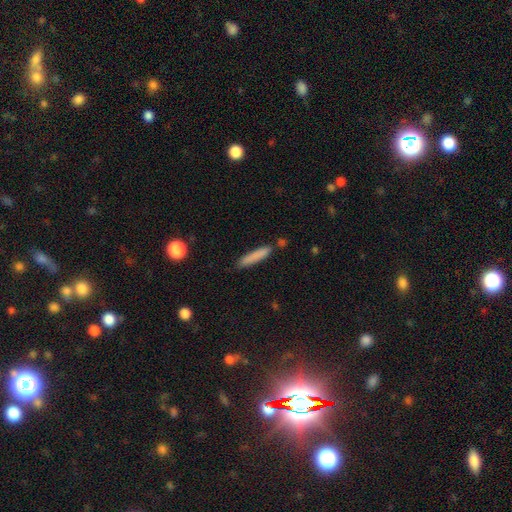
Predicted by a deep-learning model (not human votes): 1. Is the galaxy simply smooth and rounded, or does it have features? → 81% smooth, 12% featured or disk, 7% star or artifact.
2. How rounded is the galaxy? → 92% cigar-shaped, 6% in between, 1% round.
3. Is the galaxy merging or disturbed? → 81% none, 12% minor disturbance, 4% merger, 2% major disturbance.